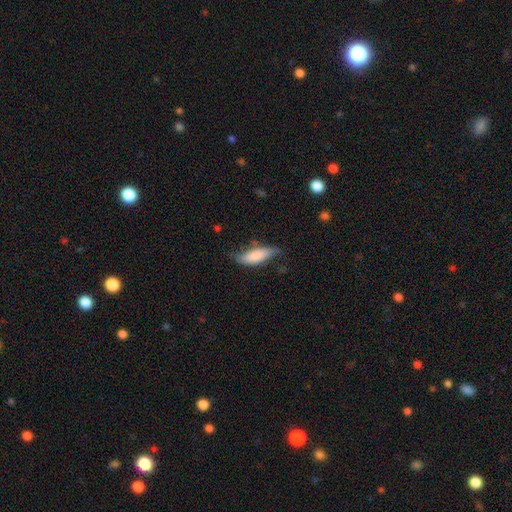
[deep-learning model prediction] Overall: smooth (75%). How rounded: in between (55%; cigar-shaped 43%). Merging: none (55%; minor disturbance 34%).